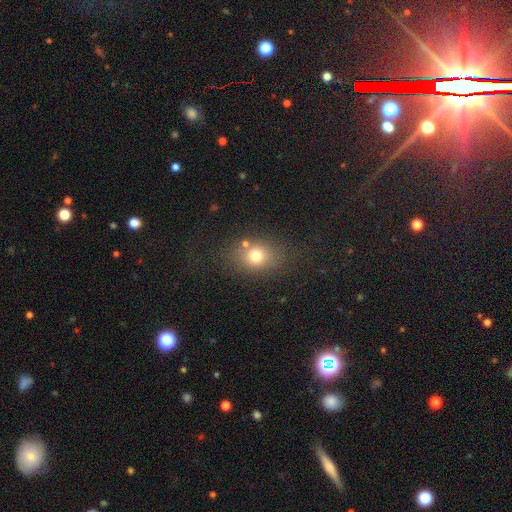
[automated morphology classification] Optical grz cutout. It shows a smooth galaxy with no disk features (74%) that is round (54%). Merging: none (71%).